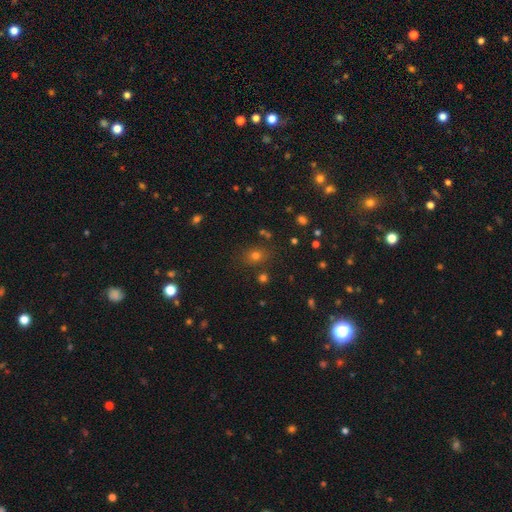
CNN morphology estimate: Overall: smooth (66%; star or artifact 26%). How rounded: round (66%; in between 33%). Merging: none (82%).